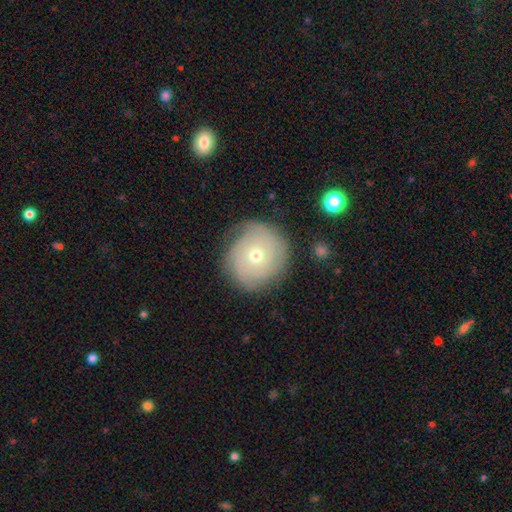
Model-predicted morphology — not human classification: Q: Smooth or featured?
A: featured or disk (57%); runner-up: smooth (34%)
Q: Edge-on disk?
A: no (97%); runner-up: yes (3%)
Q: Bar?
A: no (86%); runner-up: weak (11%)
Q: Spiral arms?
A: yes (75%); runner-up: no (25%)
Q: Bulge size?
A: moderate (49%); runner-up: small (48%)
Q: Merging?
A: none (73%); runner-up: minor disturbance (19%)